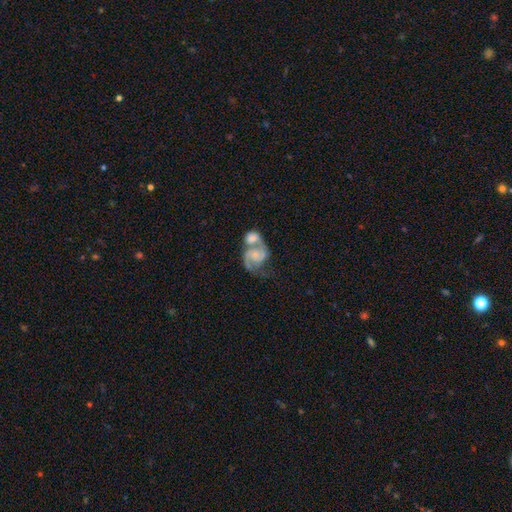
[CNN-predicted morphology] A featured or disk galaxy (83%) with no bar (67%), 2 (88%) medium (54%) spiral arms (95%) and a small central bulge (51%). Merging: merger (63%).